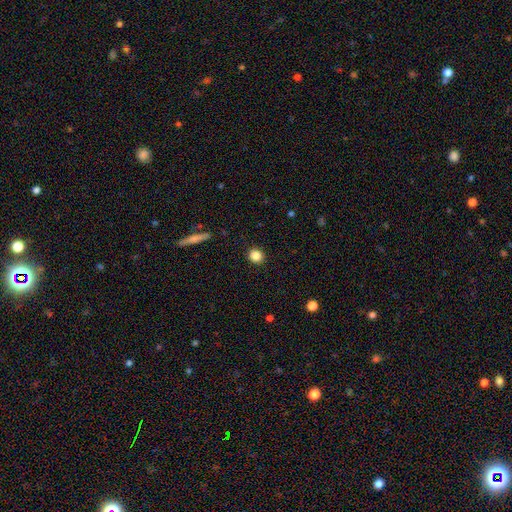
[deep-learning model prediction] This is clearly a smooth galaxy (85%). How rounded: clearly round (86%). Merging: clearly none (92%).